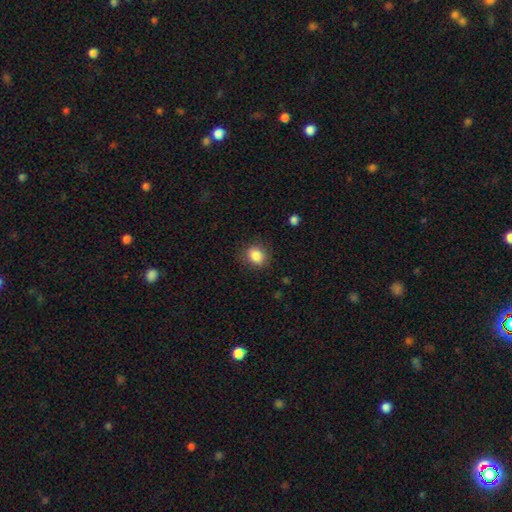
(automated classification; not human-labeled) Overall: smooth (86%). How rounded: round (55%; in between 44%). Merging: none (82%).